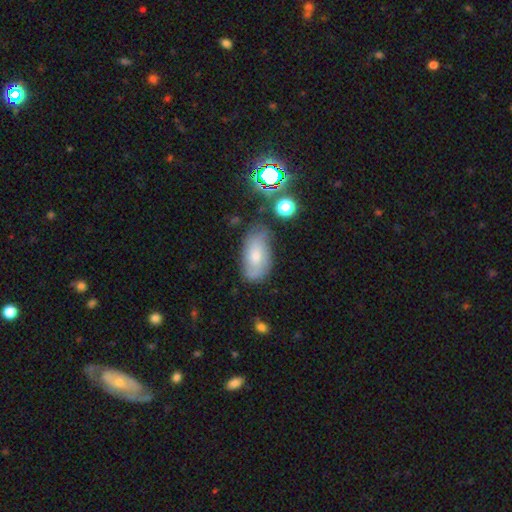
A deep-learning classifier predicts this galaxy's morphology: This is possibly a smooth galaxy (50%). Merging: likely none (63%).